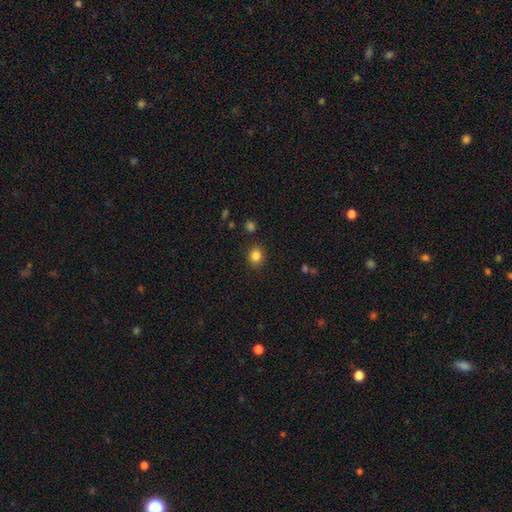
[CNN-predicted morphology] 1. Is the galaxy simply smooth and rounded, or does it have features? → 84% smooth, 12% star or artifact, 4% featured or disk.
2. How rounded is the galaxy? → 73% round, 26% in between, 1% cigar-shaped.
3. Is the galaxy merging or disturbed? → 87% none, 9% minor disturbance, 3% major disturbance, 2% merger.